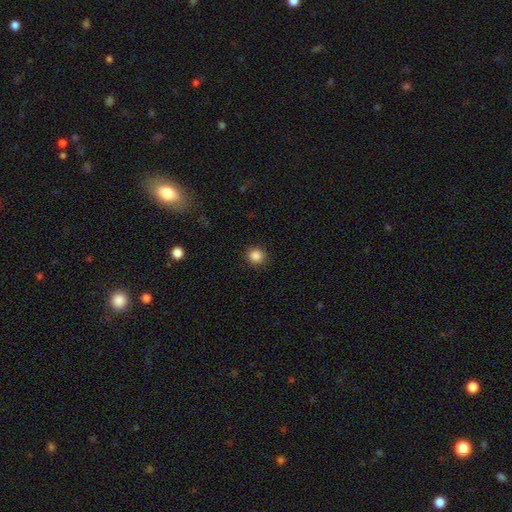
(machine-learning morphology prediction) The model was most divided on "smooth or featured": smooth: 86%, star or artifact: 10%, featured or disk: 3%. More confident: merging — none (91%); how rounded — round (91%).